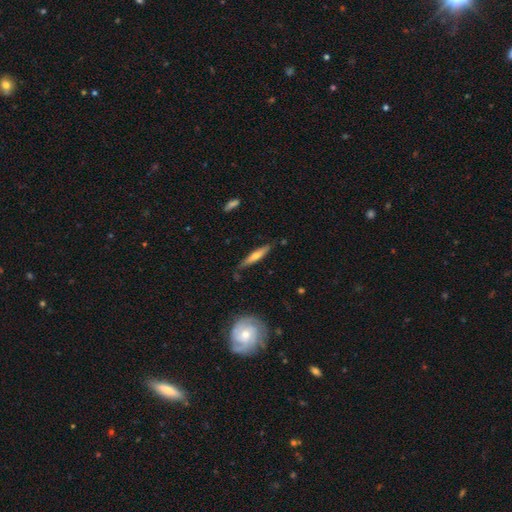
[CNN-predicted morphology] Smooth or featured? Predicted: smooth (p=0.48). Merging? Predicted: none (p=0.82).